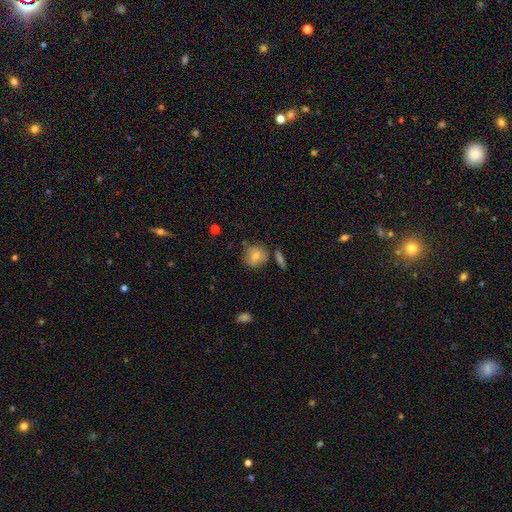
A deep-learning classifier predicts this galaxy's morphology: A smooth galaxy with no disk features (75%) that is round (79%).

Vote fractions:
- Smooth or featured? smooth: 75% / featured or disk: 16% / star or artifact: 9%
- How rounded? round: 79% / in between: 19% / cigar-shaped: 2%
- Merging? none: 67% / minor disturbance: 20% / merger: 8% / major disturbance: 5%